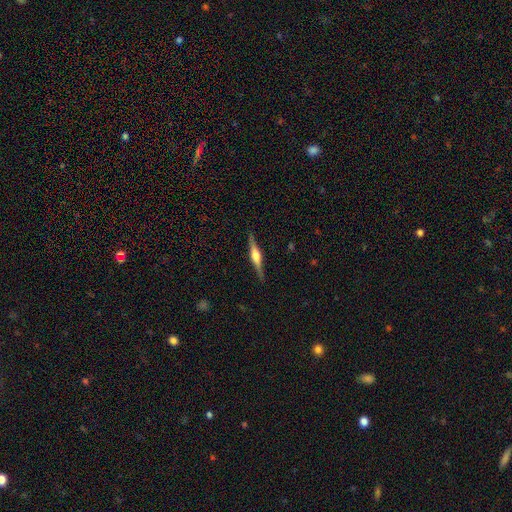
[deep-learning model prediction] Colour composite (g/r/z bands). It shows a featured or disk galaxy (77%) viewed edge-on (98%) with a rounded central bulge (88%). Merging: none (89%).